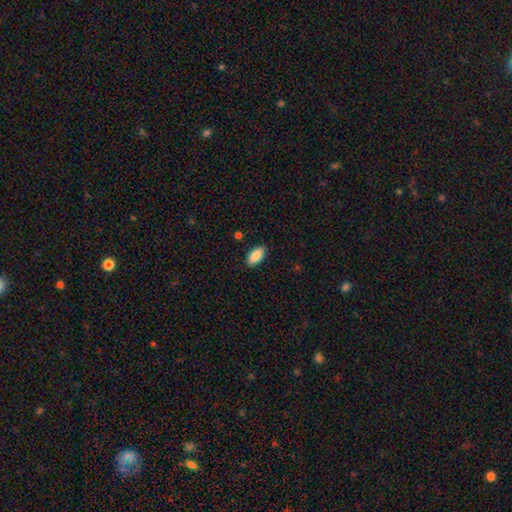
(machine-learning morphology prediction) Q: Smooth or featured?
A: smooth (88%); runner-up: star or artifact (7%)
Q: How rounded?
A: in between (93%); runner-up: cigar-shaped (4%)
Q: Merging?
A: none (88%); runner-up: minor disturbance (9%)